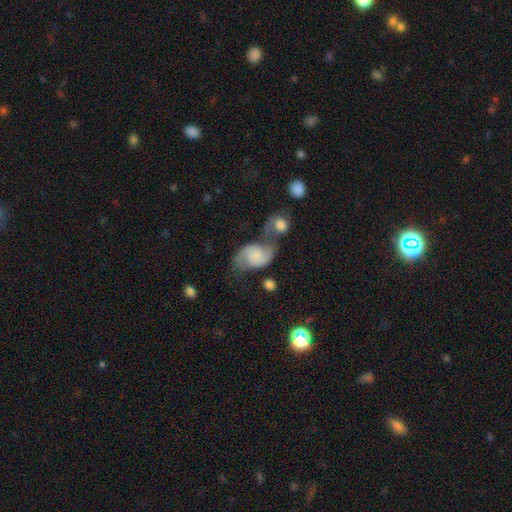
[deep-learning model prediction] smooth_or_featured: featured or disk (p=0.57) [alt: smooth p=0.35]
disk_edge_on: no (p=0.97) [alt: yes p=0.03]
bar: no (p=0.68) [alt: weak p=0.27]
has_spiral_arms: yes (p=0.89) [alt: no p=0.11]
bulge_size: none (p=0.35) [alt: small p=0.31]
merging: merger (p=0.43) [alt: none p=0.29]